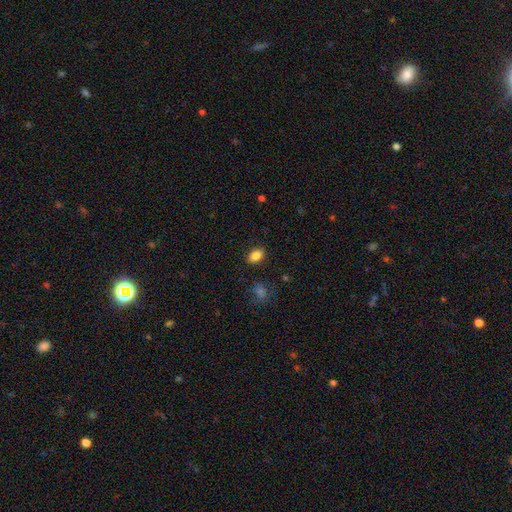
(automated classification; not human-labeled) Overall: smooth (84%). How rounded: in between (85%). Merging: none (87%).